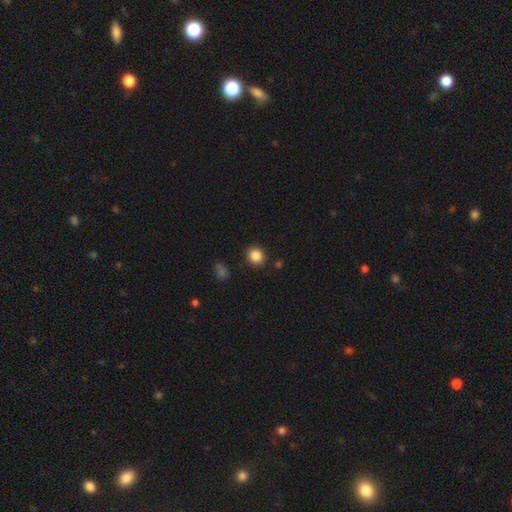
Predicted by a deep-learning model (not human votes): This appears to be a smooth galaxy with no disk features (86%) that is round (85%). Merging: none (89%).